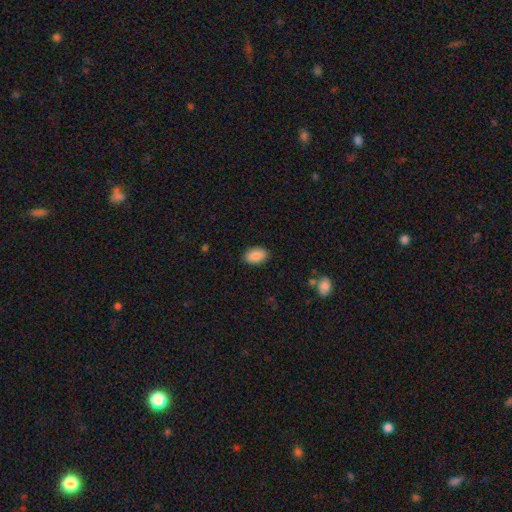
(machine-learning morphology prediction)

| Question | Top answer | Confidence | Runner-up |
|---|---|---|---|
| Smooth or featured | smooth | 87% | star or artifact (7%) |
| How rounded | in between | 91% | round (7%) |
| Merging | none | 87% | minor disturbance (10%) |